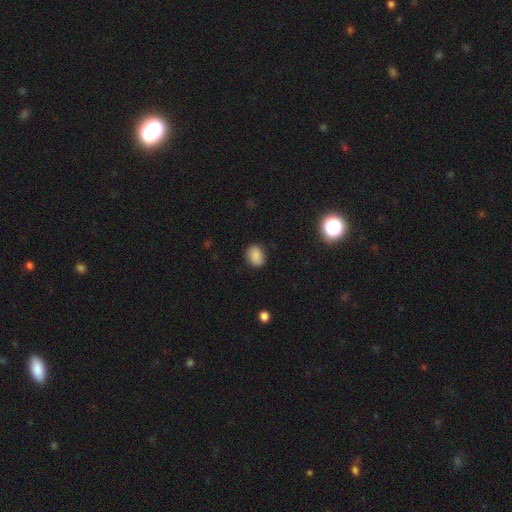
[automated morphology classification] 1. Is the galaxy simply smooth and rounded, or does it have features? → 85% smooth, 9% star or artifact, 5% featured or disk.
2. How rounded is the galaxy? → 59% in between, 40% round, 1% cigar-shaped.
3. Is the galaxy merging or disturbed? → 85% none, 11% minor disturbance, 3% major disturbance, 1% merger.